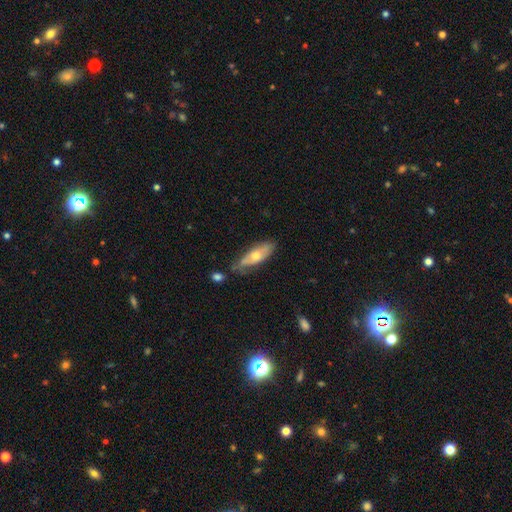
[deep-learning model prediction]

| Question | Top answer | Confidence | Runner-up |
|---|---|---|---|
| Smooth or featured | smooth | 51% | featured or disk (43%) |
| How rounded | in between | 63% | cigar-shaped (35%) |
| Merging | none | 59% | minor disturbance (28%) |